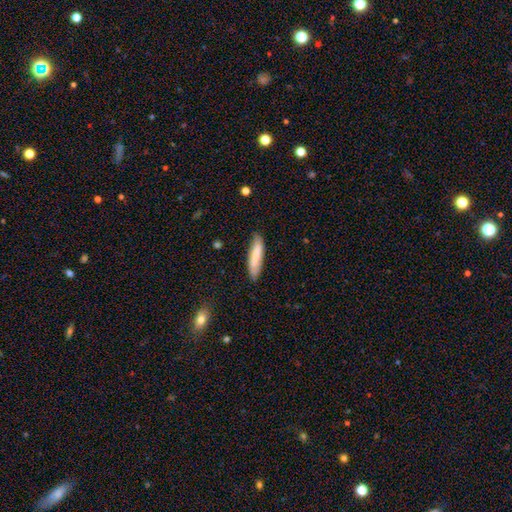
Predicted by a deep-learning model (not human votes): This appears to be a smooth galaxy with no disk features (78%) that is cigar-shaped (78%). Merging: none (83%).